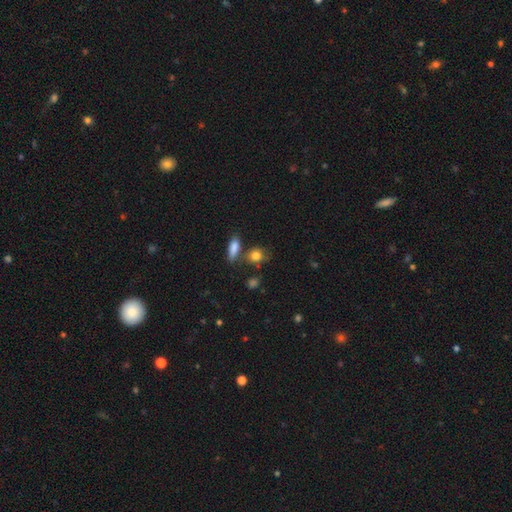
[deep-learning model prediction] smooth_or_featured: smooth (p=0.83) [alt: star or artifact p=0.09]
how_rounded: round (p=0.57) [alt: in between p=0.37]
merging: none (p=0.63) [alt: minor disturbance p=0.16]